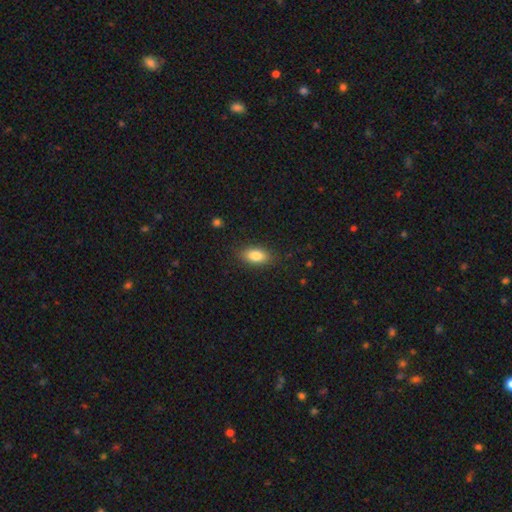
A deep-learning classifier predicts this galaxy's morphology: smooth 83%, featured or disk 9%, star or artifact 8%. Down the decision tree: how rounded — in between (88%); merging — none (86%).